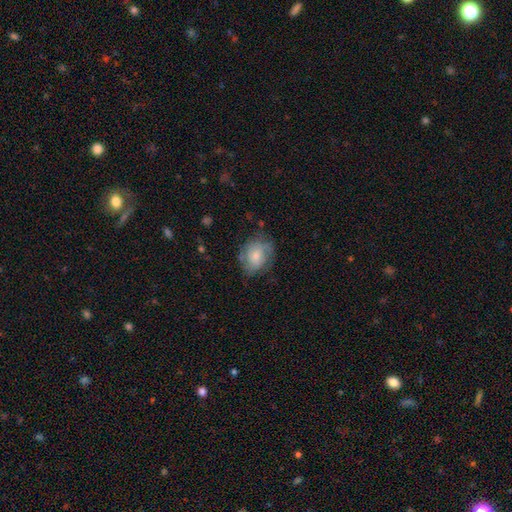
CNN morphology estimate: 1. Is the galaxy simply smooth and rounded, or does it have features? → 64% smooth, 29% featured or disk, 7% star or artifact.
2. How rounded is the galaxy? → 52% in between, 47% round, 1% cigar-shaped.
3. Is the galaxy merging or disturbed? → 64% none, 24% minor disturbance, 10% major disturbance, 2% merger.